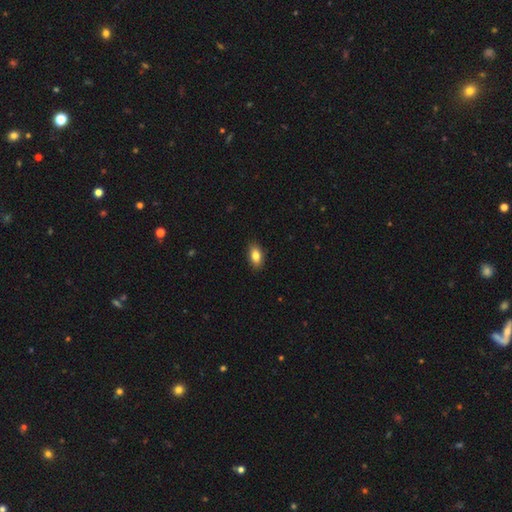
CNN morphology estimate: Smooth or featured? Predicted: smooth (p=0.83). How rounded? Predicted: in between (p=0.89). Merging? Predicted: none (p=0.88).